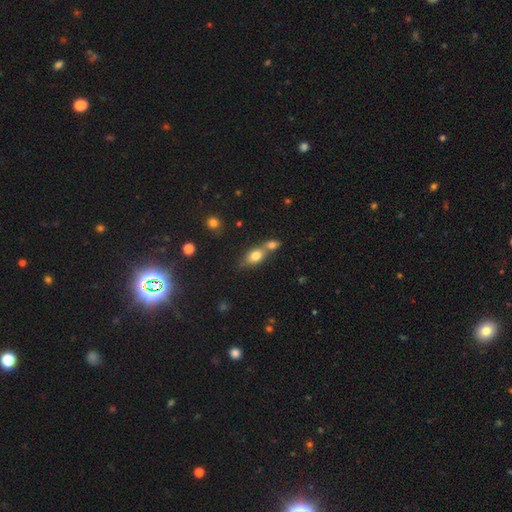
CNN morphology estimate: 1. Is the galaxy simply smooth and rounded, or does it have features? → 76% smooth, 14% featured or disk, 10% star or artifact.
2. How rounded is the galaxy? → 76% in between, 18% round, 6% cigar-shaped.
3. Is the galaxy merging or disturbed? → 53% merger, 35% none, 9% minor disturbance, 3% major disturbance.